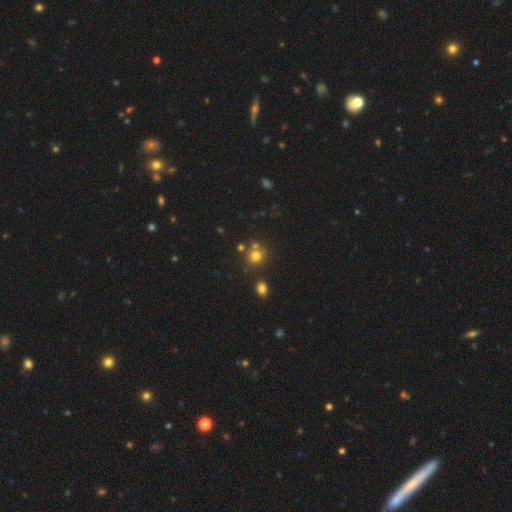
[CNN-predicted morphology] smooth 72%, star or artifact 18%, featured or disk 10%. Down the decision tree: how rounded — round (86%); merging — none (67%).